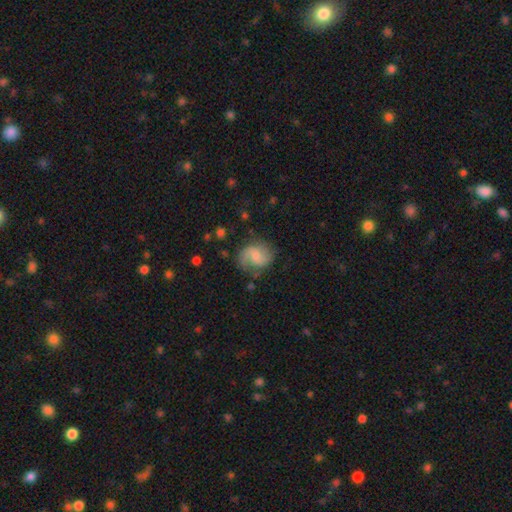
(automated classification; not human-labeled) Q: Smooth or featured?
A: featured or disk (64%); runner-up: smooth (29%)
Q: Edge-on disk?
A: no (98%); runner-up: yes (2%)
Q: Bar?
A: weak (48%); runner-up: no (43%)
Q: Spiral arms?
A: yes (92%); runner-up: no (8%)
Q: Spiral winding?
A: medium (47%); runner-up: loose (36%)
Q: Spiral arm count?
A: 2 (84%); runner-up: can't tell (6%)
Q: Bulge size?
A: small (34%); runner-up: moderate (30%)
Q: Merging?
A: none (69%); runner-up: minor disturbance (20%)